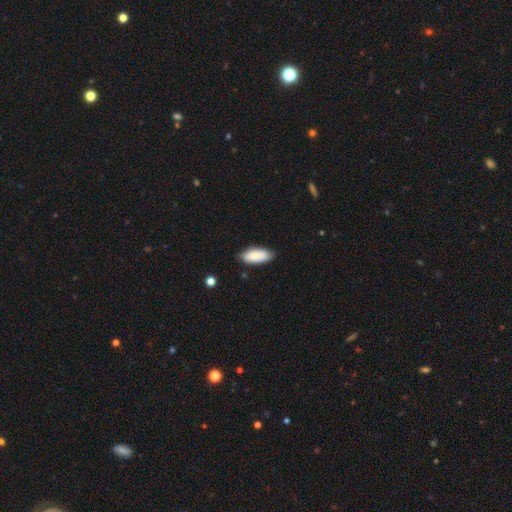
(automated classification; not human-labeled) Morphology: type=smooth (87%); roundness=in between (86%); merging=none (78%).